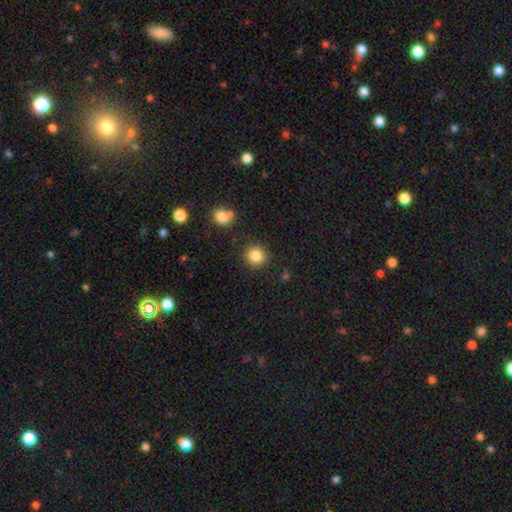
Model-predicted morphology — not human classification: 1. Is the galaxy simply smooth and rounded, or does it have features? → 85% smooth, 10% star or artifact, 5% featured or disk.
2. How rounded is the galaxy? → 86% round, 13% in between, 1% cigar-shaped.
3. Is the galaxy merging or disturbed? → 88% none, 7% minor disturbance, 3% merger, 3% major disturbance.